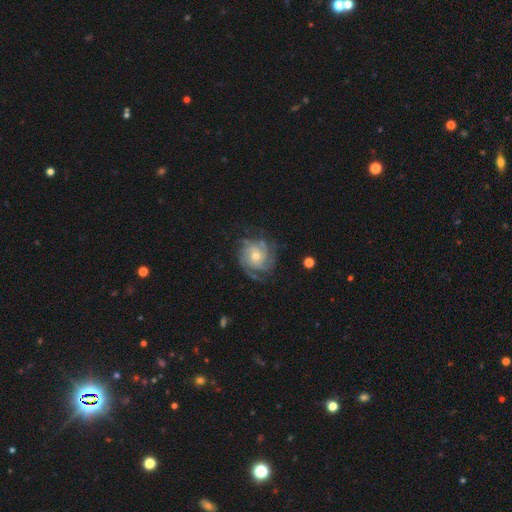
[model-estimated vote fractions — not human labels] Smooth or featured?
  - featured or disk: 86% *
  - smooth: 9%
  - star or artifact: 6%
Edge-on disk?
  - no: 98% *
  - yes: 2%
Bar?
  - no: 75% *
  - weak: 21%
  - strong: 4%
Spiral arms?
  - yes: 96% *
  - no: 4%
Spiral winding?
  - tight: 67% *
  - medium: 27%
  - loose: 6%
Spiral arm count?
  - can't tell: 28% *
  - 3: 26%
  - 4: 19%
  - 2: 14%
  - more than 4: 7%
  - 1: 6%
Bulge size?
  - moderate: 55% *
  - small: 37%
  - large: 5%
  - none: 2%
  - dominant: 1%
Merging?
  - none: 72% *
  - minor disturbance: 18%
  - major disturbance: 9%
  - merger: 1%